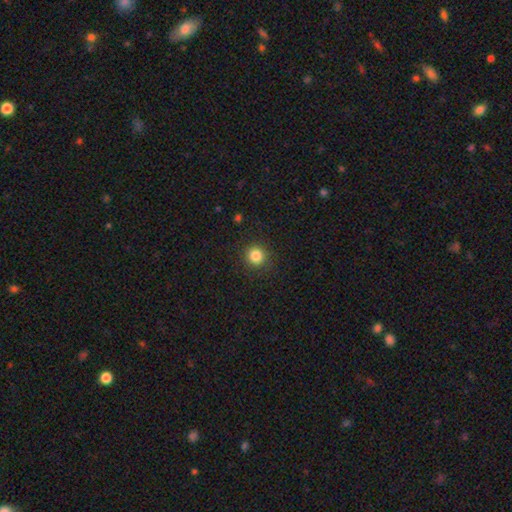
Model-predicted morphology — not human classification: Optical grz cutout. It shows a smooth galaxy with no disk features (84%) that is round (93%). Merging: none (90%).